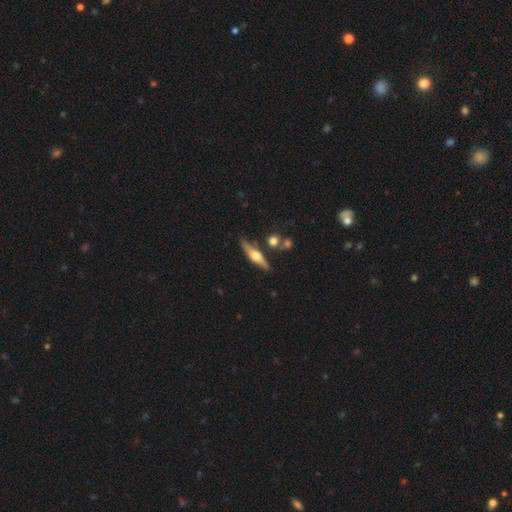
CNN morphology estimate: featured or disk 69%, smooth 25%, star or artifact 6%. Down the decision tree: edge-on disk — yes (95%); edge-on bulge — rounded (93%); merging — none (80%).